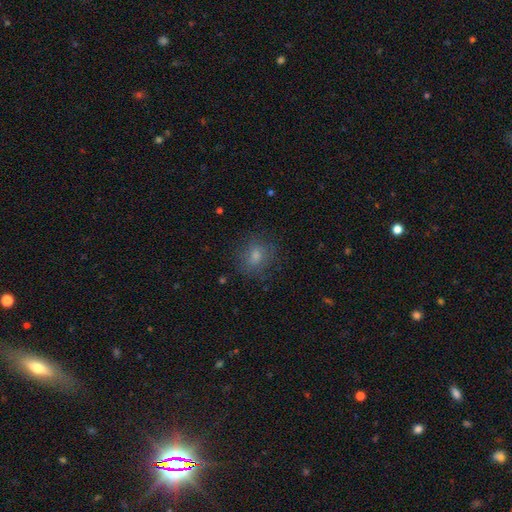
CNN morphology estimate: A smooth galaxy with no disk features (71%) that is round (73%). Merging: none (82%).